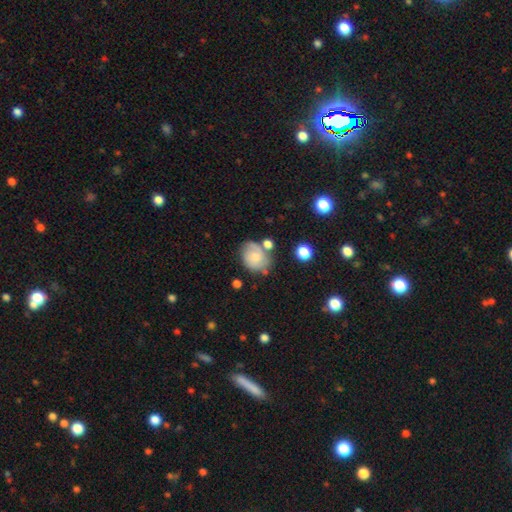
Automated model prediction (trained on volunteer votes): Smooth or featured? smooth (54%)
How rounded? round (54%)
Merging? none (54%)